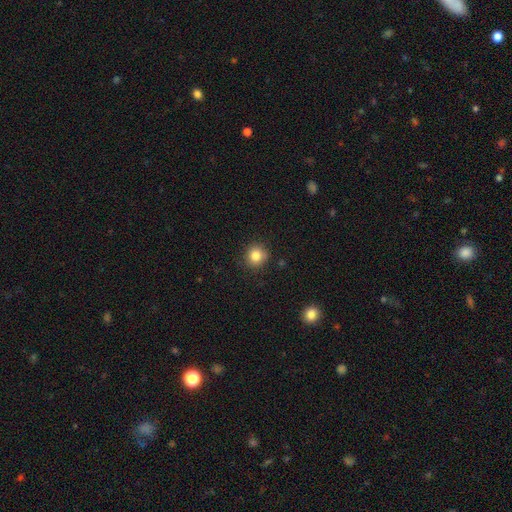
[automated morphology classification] Smooth or featured? Predicted: smooth (p=0.83). How rounded? Predicted: round (p=0.90). Merging? Predicted: none (p=0.87).